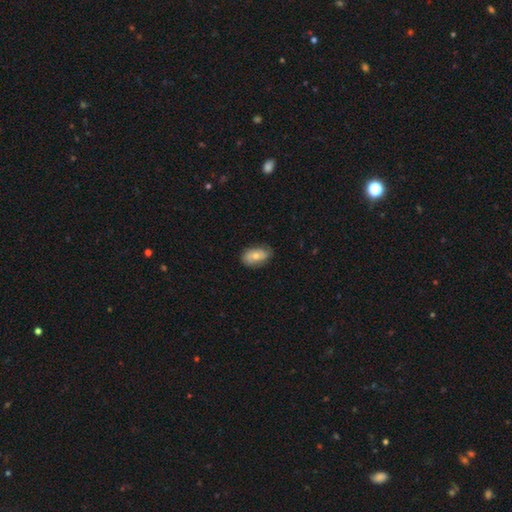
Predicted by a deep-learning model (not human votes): This appears to be a smooth galaxy with no disk features (60%) that is in between round and cigar-shaped (89%). Merging: none (75%).